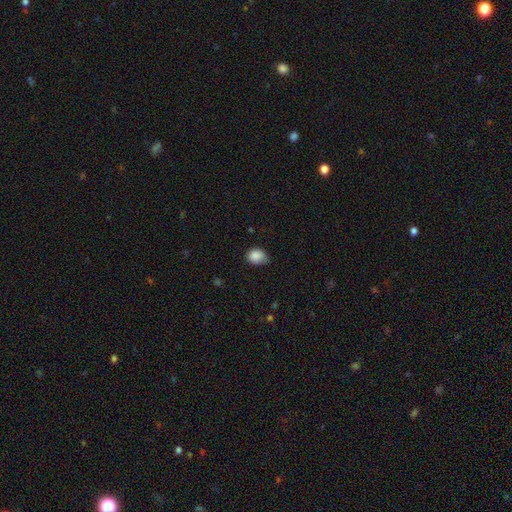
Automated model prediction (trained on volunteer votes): Smooth or featured? smooth (87%)
How rounded? round (51%)
Merging? none (53%)